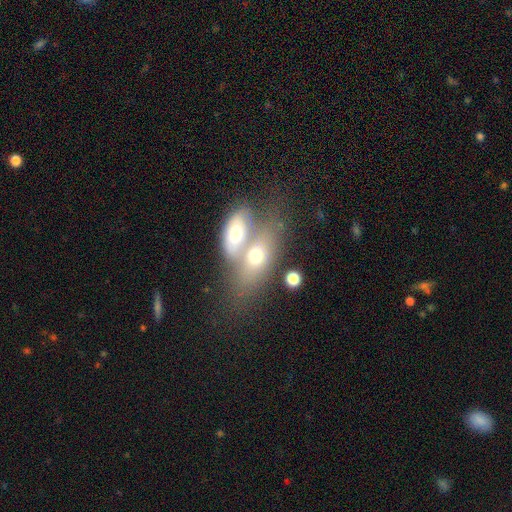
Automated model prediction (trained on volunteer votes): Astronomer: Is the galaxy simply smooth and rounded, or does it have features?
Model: smooth — 61%.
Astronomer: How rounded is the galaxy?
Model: in between — 79%.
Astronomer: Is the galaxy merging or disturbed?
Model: merger — 64%.